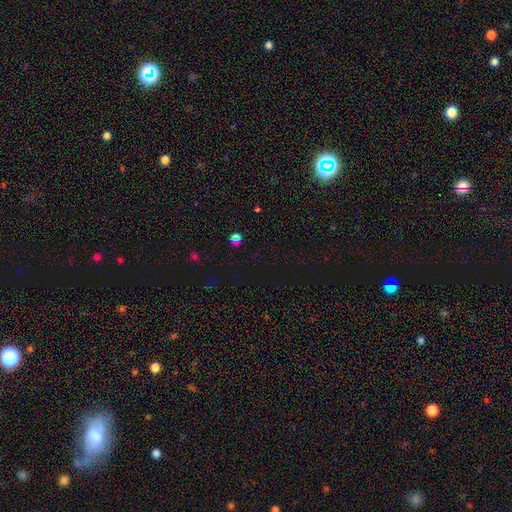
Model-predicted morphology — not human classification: Smooth or featured? star or artifact (65%)